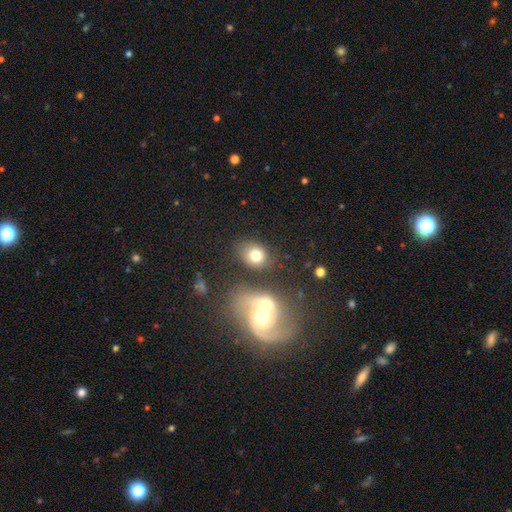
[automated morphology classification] smooth 77%, featured or disk 12%, star or artifact 11%. Down the decision tree: how rounded — round (50%); merging — none (65%).